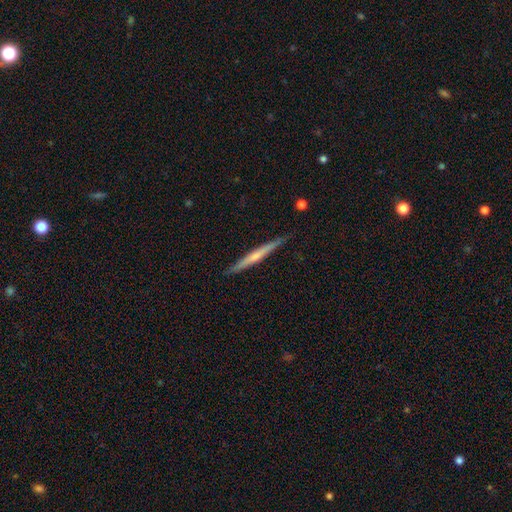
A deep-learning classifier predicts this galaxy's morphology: This is possibly a featured or disk galaxy (57%). It is clearly viewed edge-on (98%). Edge-on bulge: possibly none (48%). Merging: clearly none (89%).